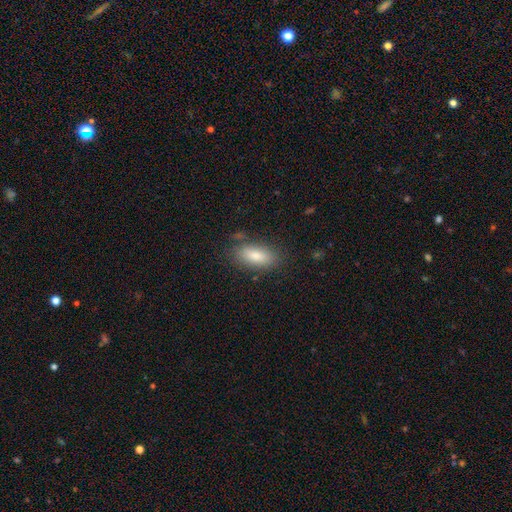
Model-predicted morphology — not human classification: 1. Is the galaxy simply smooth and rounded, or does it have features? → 80% smooth, 12% featured or disk, 7% star or artifact.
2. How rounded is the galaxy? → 85% in between, 12% cigar-shaped, 3% round.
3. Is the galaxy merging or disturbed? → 75% none, 16% minor disturbance, 5% major disturbance, 4% merger.